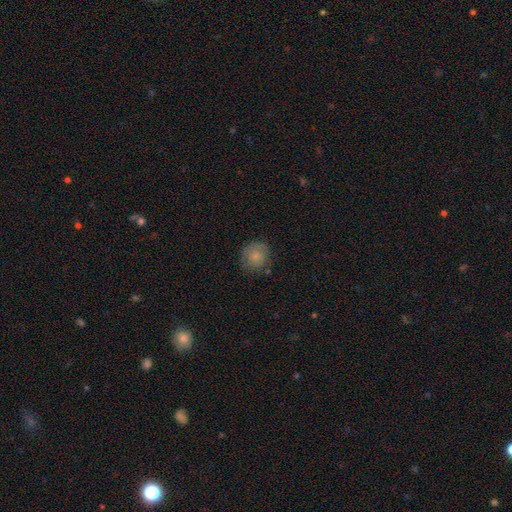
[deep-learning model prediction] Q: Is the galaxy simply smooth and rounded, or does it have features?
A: smooth — 79%.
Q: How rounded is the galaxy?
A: round — 87%.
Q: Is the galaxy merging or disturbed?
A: none — 74%.